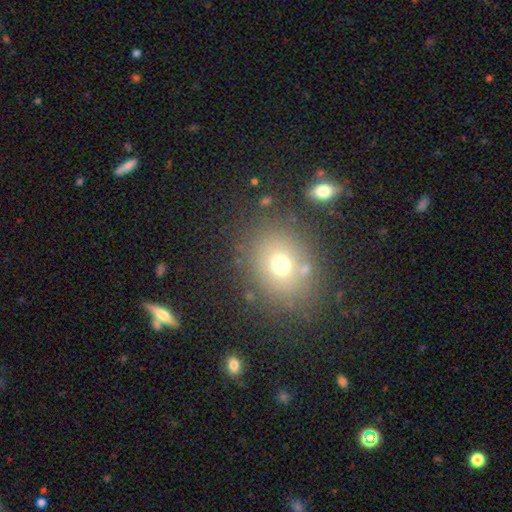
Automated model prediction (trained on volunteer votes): Smooth or featured: smooth — 66% (star or artifact — 20%)
How rounded: round — 59% (in between — 40%)
Merging: none — 80% (minor disturbance — 10%)